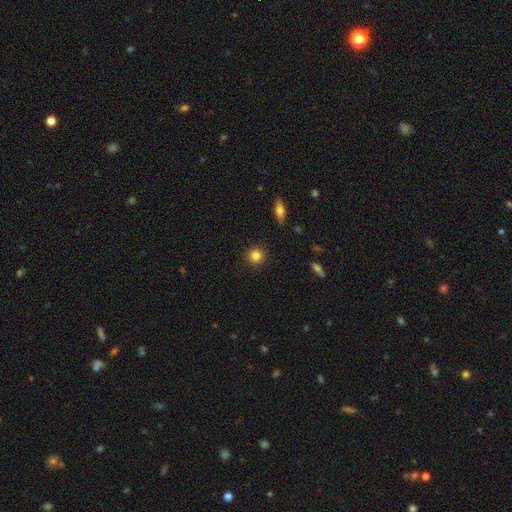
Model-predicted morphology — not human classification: Q: Smooth or featured?
A: smooth (83%); runner-up: star or artifact (10%)
Q: How rounded?
A: round (93%); runner-up: in between (6%)
Q: Merging?
A: none (91%); runner-up: minor disturbance (6%)